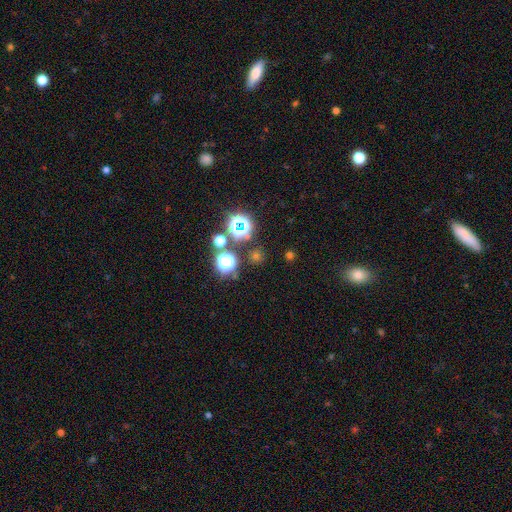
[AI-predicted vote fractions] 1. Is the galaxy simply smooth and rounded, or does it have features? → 52% star or artifact, 41% smooth, 7% featured or disk.